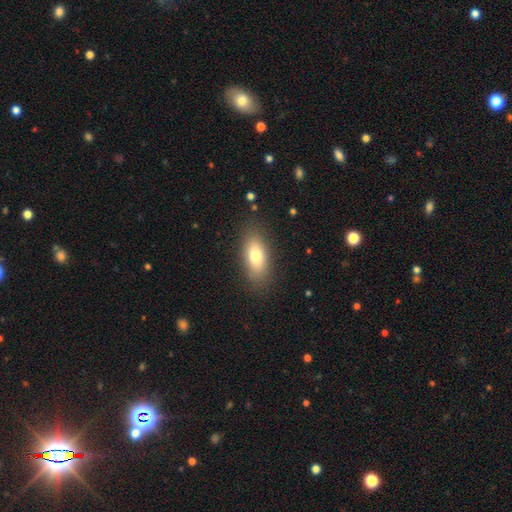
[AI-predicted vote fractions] Smooth or featured?
  - smooth: 75% *
  - featured or disk: 17%
  - star or artifact: 8%
How rounded?
  - in between: 84% *
  - cigar-shaped: 11%
  - round: 5%
Merging?
  - none: 84% *
  - minor disturbance: 11%
  - major disturbance: 4%
  - merger: 1%